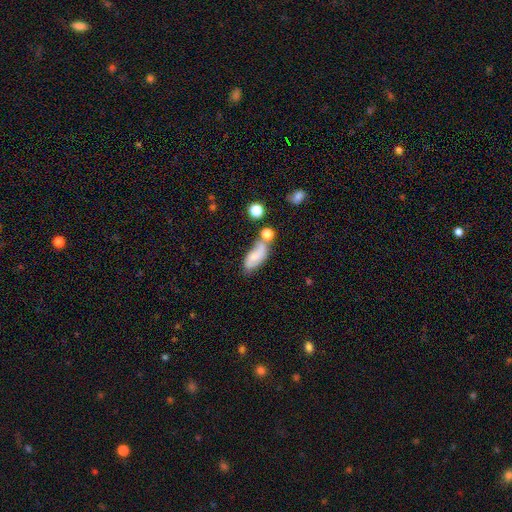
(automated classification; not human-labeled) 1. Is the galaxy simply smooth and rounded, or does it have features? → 51% smooth, 40% featured or disk, 9% star or artifact.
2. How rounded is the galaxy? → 79% in between, 16% cigar-shaped, 5% round.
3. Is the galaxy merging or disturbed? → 45% none, 24% merger, 22% minor disturbance, 9% major disturbance.